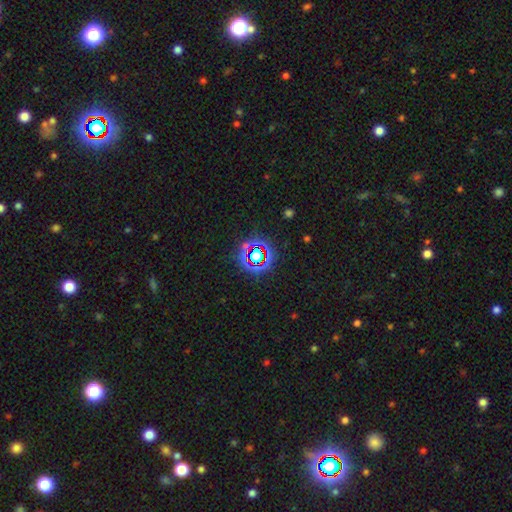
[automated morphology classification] smooth_or_featured: star or artifact (p=0.73) [alt: smooth p=0.17]